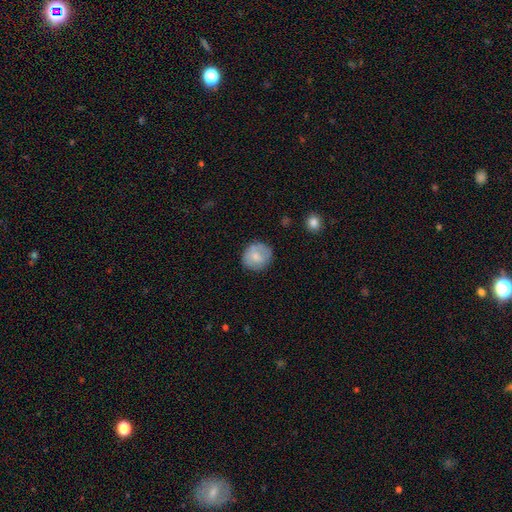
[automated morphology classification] Smooth or featured: smooth — 70% (featured or disk — 23%)
How rounded: round — 84% (in between — 15%)
Merging: none — 77% (minor disturbance — 17%)